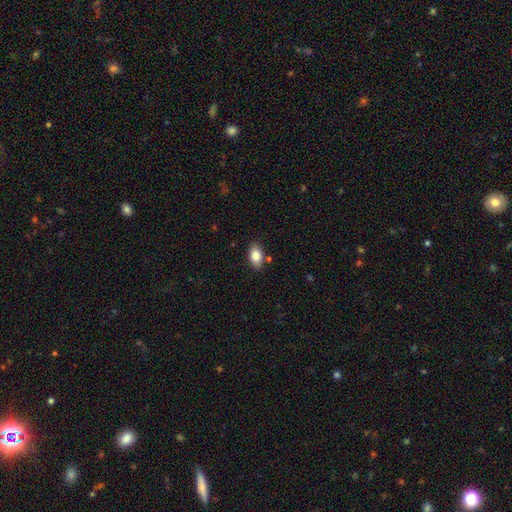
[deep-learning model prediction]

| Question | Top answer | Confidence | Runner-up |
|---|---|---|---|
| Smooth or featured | smooth | 83% | featured or disk (9%) |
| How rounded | in between | 91% | round (7%) |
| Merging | none | 83% | minor disturbance (11%) |